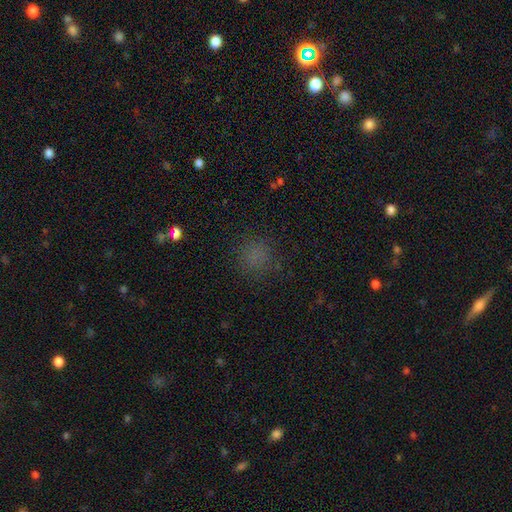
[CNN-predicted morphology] Overall: smooth (72%). How rounded: round (87%). Merging: none (80%).